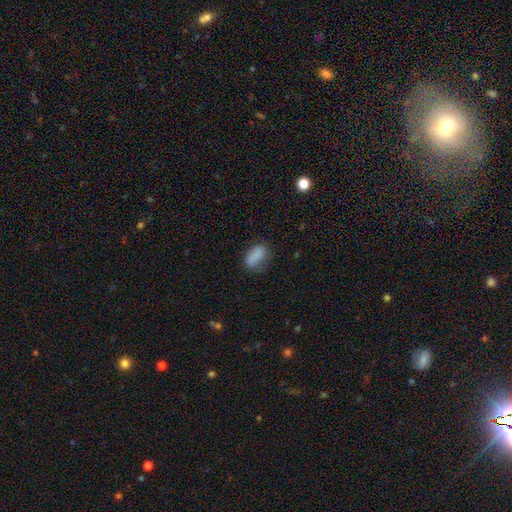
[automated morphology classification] This appears to be a smooth galaxy with no disk features (84%) that is in between round and cigar-shaped (90%). Merging: none (58%).